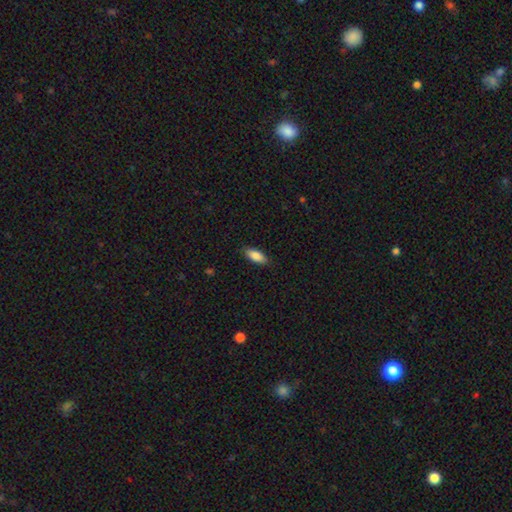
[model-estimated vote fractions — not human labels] The model was most divided on "how rounded": in between: 84%, cigar-shaped: 14%, round: 2%. More confident: smooth or featured — smooth (87%); merging — none (86%).